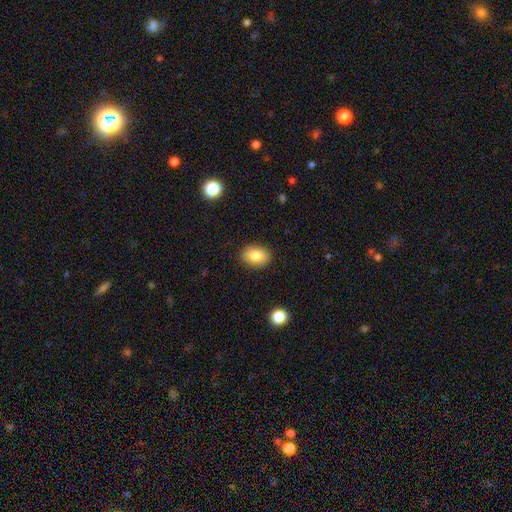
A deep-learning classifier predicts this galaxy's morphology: Smooth or featured: smooth — 84% (star or artifact — 8%)
How rounded: in between — 79% (round — 20%)
Merging: none — 88% (minor disturbance — 8%)